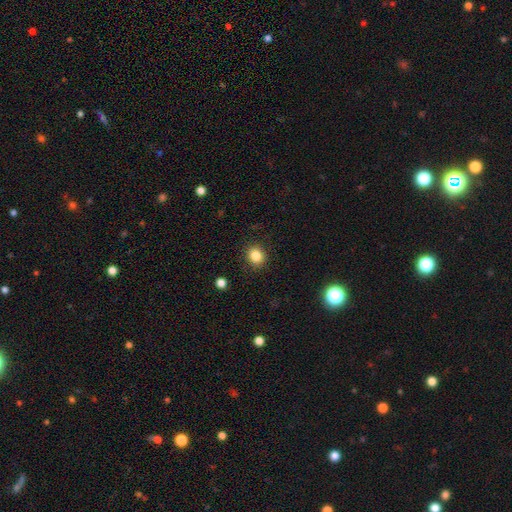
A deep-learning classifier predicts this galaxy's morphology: smooth-or-featured: smooth: 84% | star or artifact: 11% | featured or disk: 5%
  how-rounded: round: 79% | in between: 20% | cigar-shaped: 1%
  merging: none: 89% | minor disturbance: 7% | major disturbance: 2% | merger: 1%